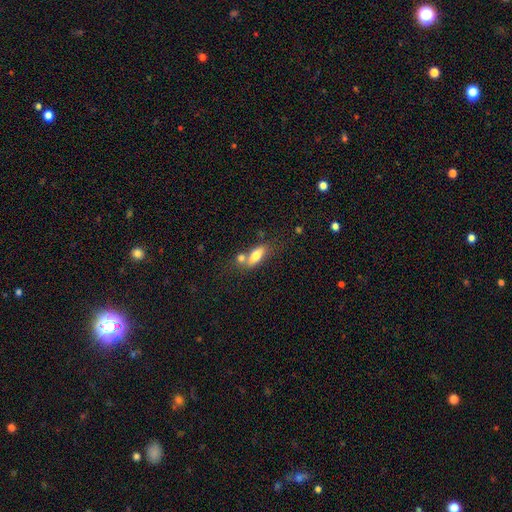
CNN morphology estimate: Smooth or featured? smooth (73%)
How rounded? in between (75%)
Merging? none (44%)